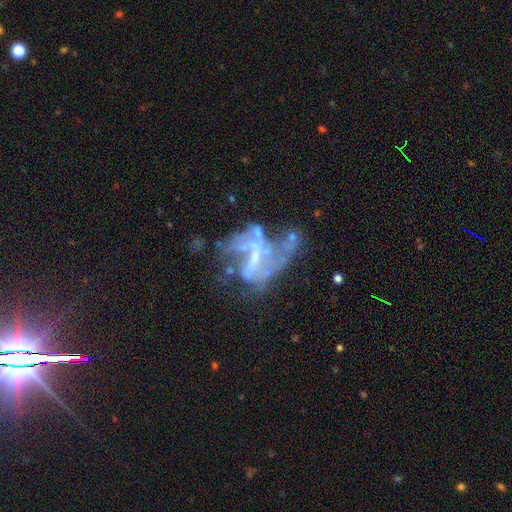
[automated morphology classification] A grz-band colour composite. It shows a featured or disk galaxy (76%) with no bar (38%), spiral arms (53%) and a small central bulge (44%). Merging: major disturbance (40%).